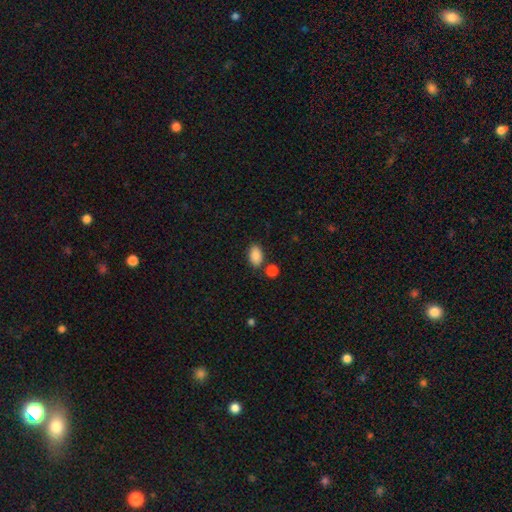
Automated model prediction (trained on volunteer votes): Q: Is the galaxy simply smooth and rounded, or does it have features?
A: smooth — 88%.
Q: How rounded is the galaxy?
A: in between — 91%.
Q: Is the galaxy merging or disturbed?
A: none — 77%.